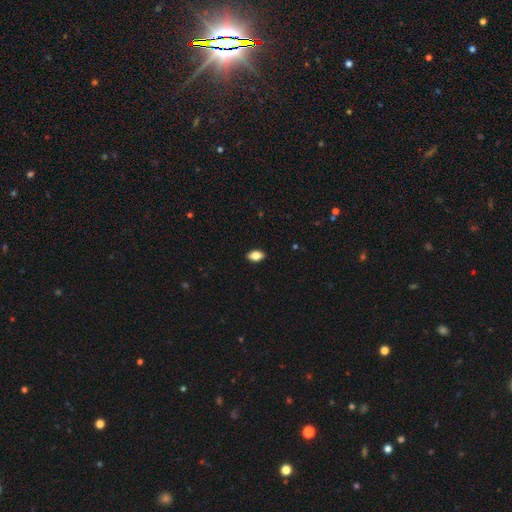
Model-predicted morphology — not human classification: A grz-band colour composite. It shows a smooth galaxy with no disk features (82%) that is in between round and cigar-shaped (90%). Merging: none (90%).